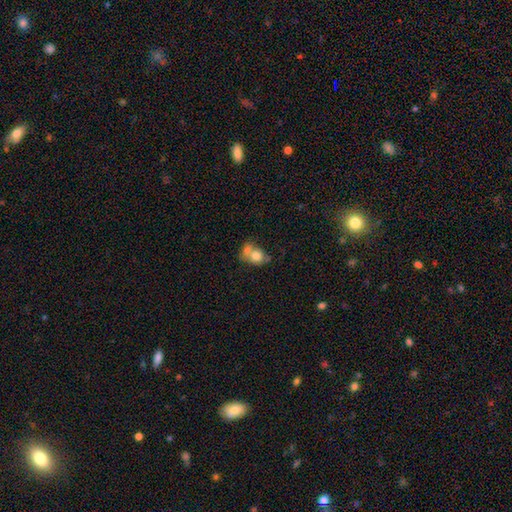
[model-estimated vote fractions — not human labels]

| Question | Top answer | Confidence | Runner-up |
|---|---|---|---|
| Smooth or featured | smooth | 74% | featured or disk (18%) |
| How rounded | round | 55% | in between (44%) |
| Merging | merger | 59% | none (25%) |